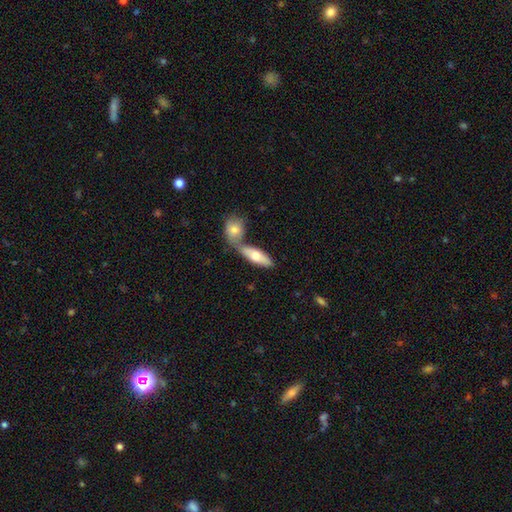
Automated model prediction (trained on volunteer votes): This appears to be a smooth galaxy with no disk features (68%) that is in between round and cigar-shaped (69%). Merging: merger (50%).